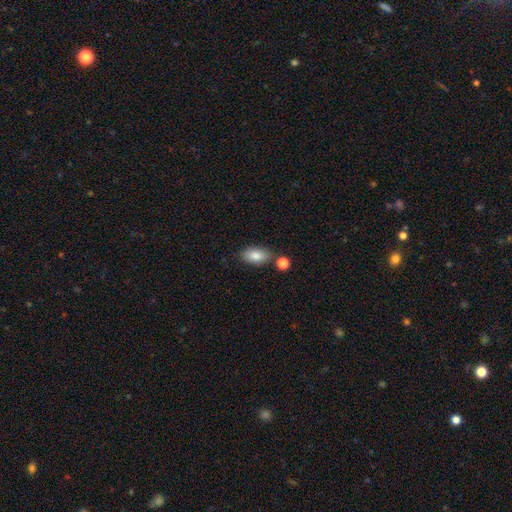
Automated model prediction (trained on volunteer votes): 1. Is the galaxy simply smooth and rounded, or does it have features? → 84% smooth, 9% featured or disk, 7% star or artifact.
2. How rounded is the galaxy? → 92% in between, 5% round, 3% cigar-shaped.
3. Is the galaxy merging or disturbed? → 74% none, 14% minor disturbance, 9% merger, 3% major disturbance.